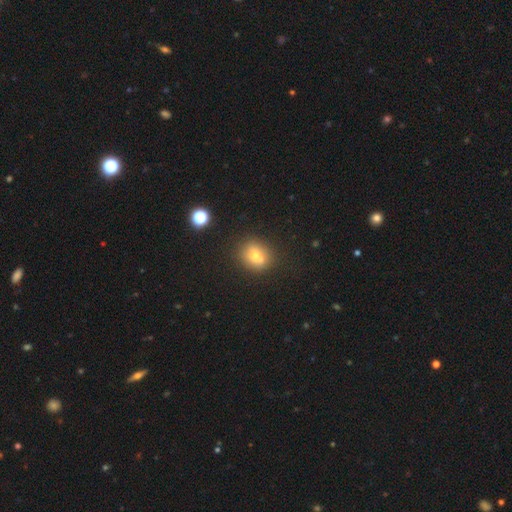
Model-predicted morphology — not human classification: Smooth or featured?
  - smooth: 67% *
  - featured or disk: 18%
  - star or artifact: 15%
How rounded?
  - round: 72% *
  - in between: 27%
  - cigar-shaped: 1%
Merging?
  - none: 61% *
  - merger: 25%
  - minor disturbance: 11%
  - major disturbance: 3%